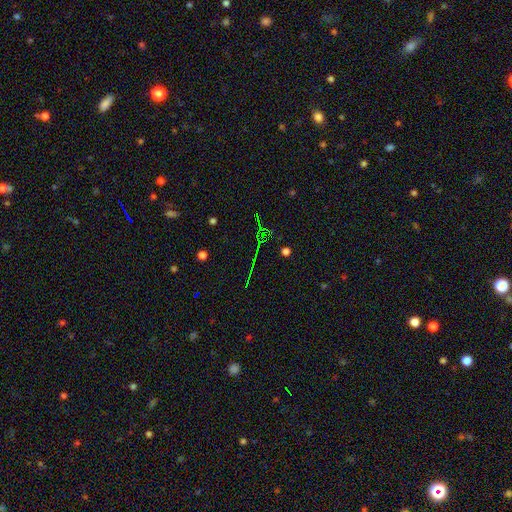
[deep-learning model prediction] Smooth or featured? star or artifact (70%)